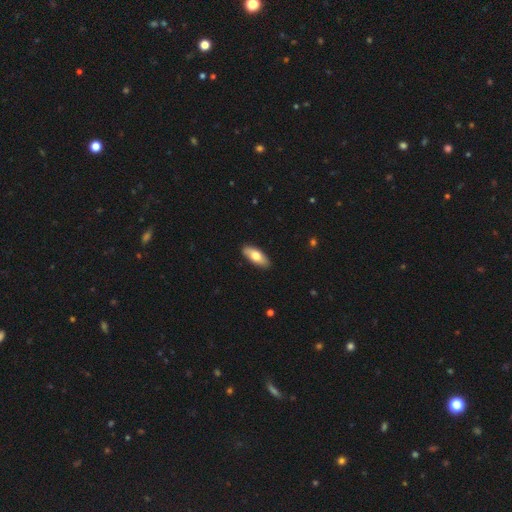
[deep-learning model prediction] Q: Smooth or featured?
A: smooth (72%); runner-up: featured or disk (22%)
Q: How rounded?
A: in between (80%); runner-up: cigar-shaped (17%)
Q: Merging?
A: none (89%); runner-up: minor disturbance (8%)